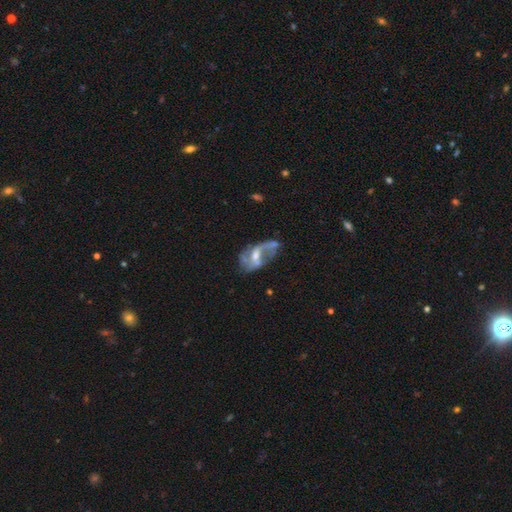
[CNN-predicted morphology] A featured or disk galaxy (77%) with a weak bar (48%), 2 (67%) loose (67%) spiral arms (79%) and a moderate central bulge (50%). Merging: none (41%).